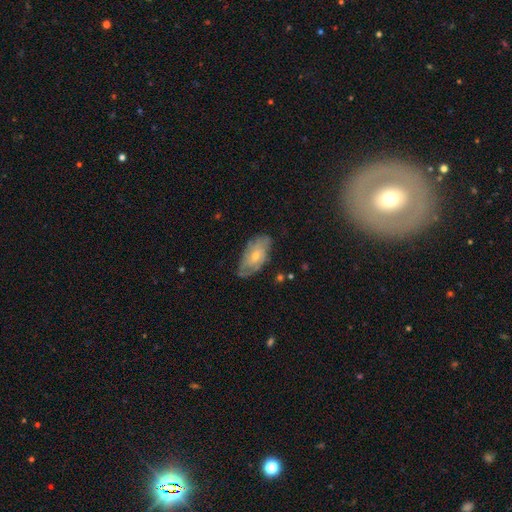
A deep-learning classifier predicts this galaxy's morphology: Smooth or featured? featured or disk (62%)
Edge-on disk? no (92%)
Bar? no (71%)
Spiral arms? yes (79%)
Bulge size? small (55%)
Merging? none (67%)